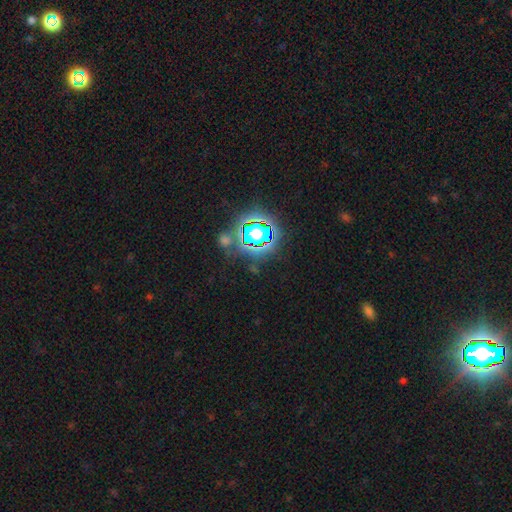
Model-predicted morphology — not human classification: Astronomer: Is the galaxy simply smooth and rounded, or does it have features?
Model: star or artifact — 80%.